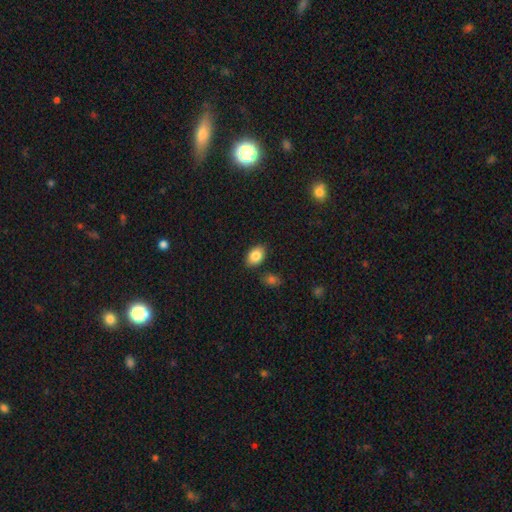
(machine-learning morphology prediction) type=smooth (85%); roundness=in between (86%); merging=none (83%).